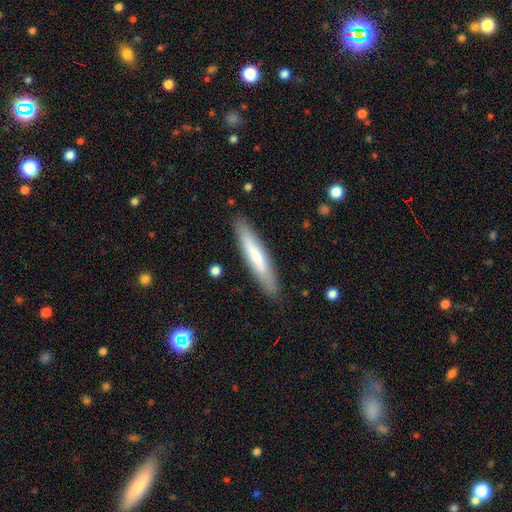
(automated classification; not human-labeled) smooth_or_featured: smooth (p=0.62) [alt: featured or disk p=0.32]
how_rounded: cigar-shaped (p=0.90) [alt: in between p=0.09]
merging: none (p=0.88) [alt: minor disturbance p=0.09]